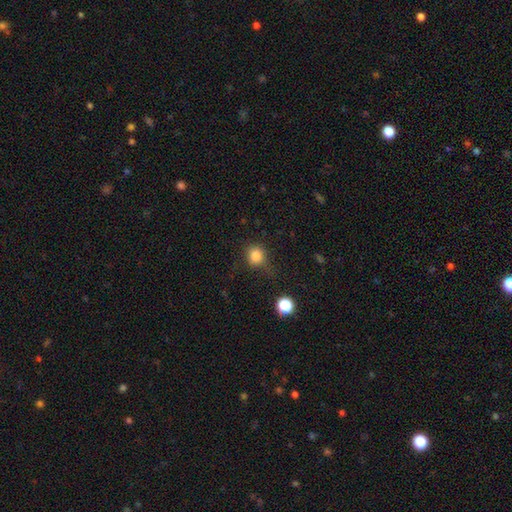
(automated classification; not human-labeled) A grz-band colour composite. It shows a smooth galaxy with no disk features (82%) that is round (83%). Merging: none (63%).